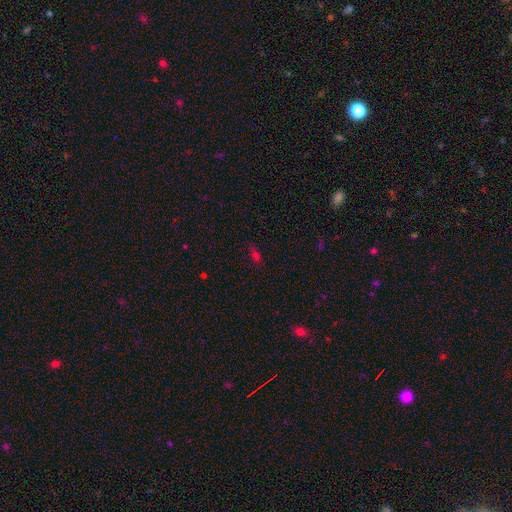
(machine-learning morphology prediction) type=smooth (58%); roundness=in between (71%); merging=none (75%).